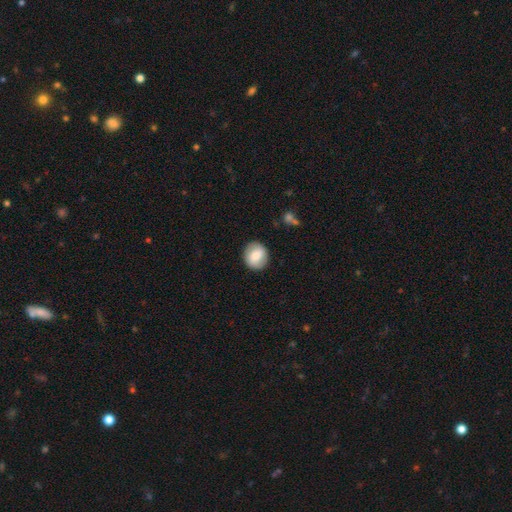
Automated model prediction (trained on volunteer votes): Smooth or featured?
  - smooth: 74% *
  - featured or disk: 19%
  - star or artifact: 7%
How rounded?
  - round: 74% *
  - in between: 25%
  - cigar-shaped: 1%
Merging?
  - none: 87% *
  - minor disturbance: 9%
  - major disturbance: 3%
  - merger: 1%